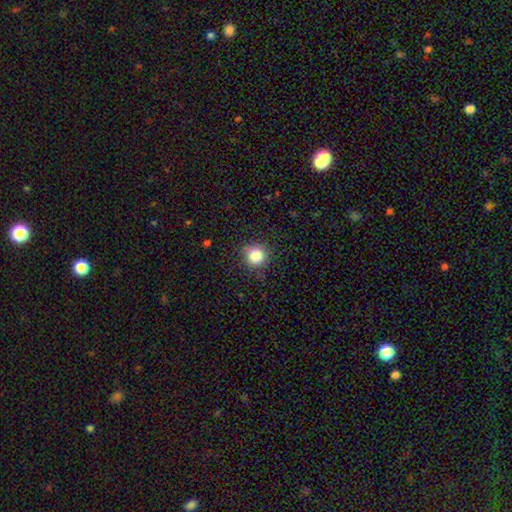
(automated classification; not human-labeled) Overall: smooth (84%). How rounded: round (92%). Merging: none (84%).